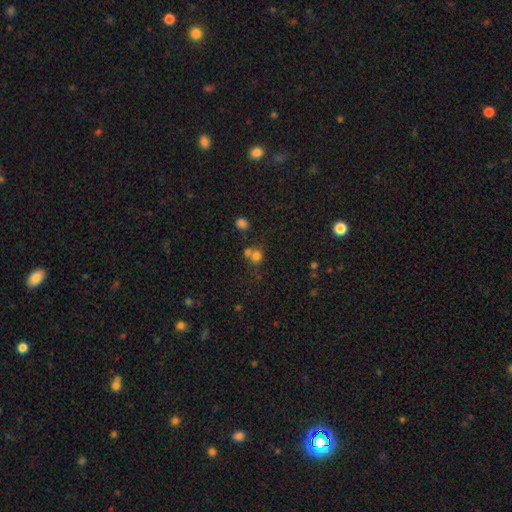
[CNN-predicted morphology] type=smooth (73%); roundness=round (83%); merging=none (46%).